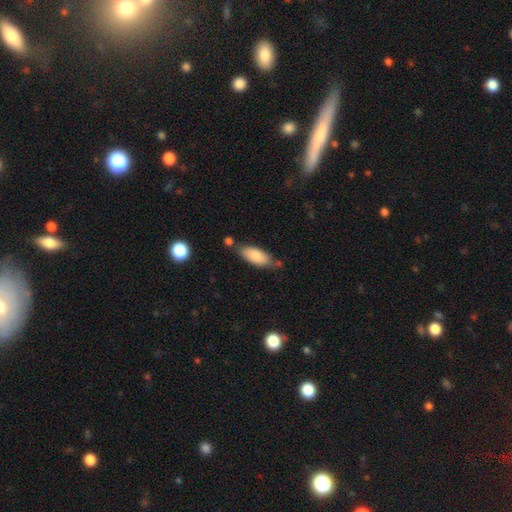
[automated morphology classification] Overall: smooth (85%). How rounded: in between (82%). Merging: none (65%).